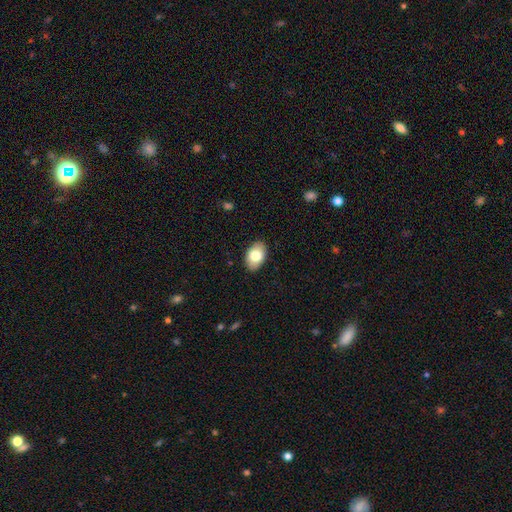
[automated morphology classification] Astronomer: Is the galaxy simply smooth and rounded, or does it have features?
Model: smooth — 77%.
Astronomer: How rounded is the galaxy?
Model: in between — 90%.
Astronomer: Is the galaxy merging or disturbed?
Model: none — 87%.